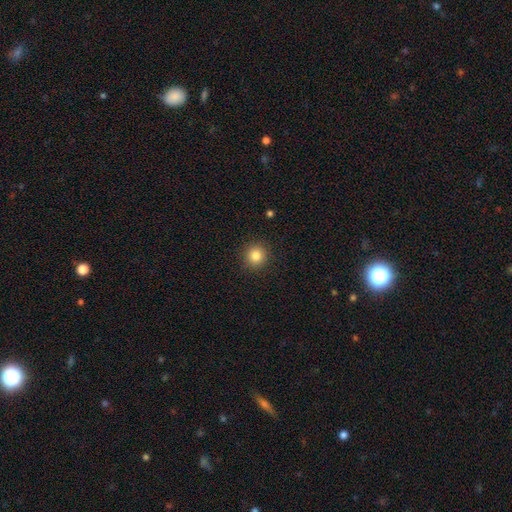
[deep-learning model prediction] Overall: smooth (83%). How rounded: round (93%). Merging: none (92%).